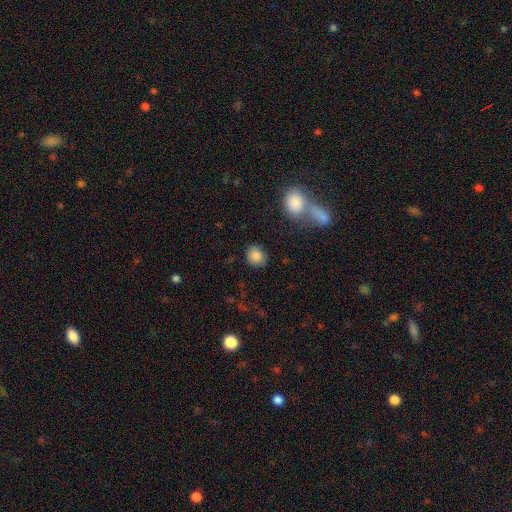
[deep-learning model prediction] Smooth or featured? Predicted: smooth (p=0.85). How rounded? Predicted: round (p=0.72). Merging? Predicted: none (p=0.79).